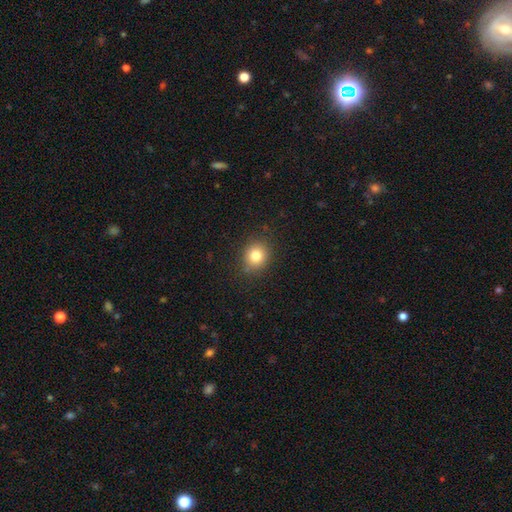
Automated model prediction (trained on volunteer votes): Overall: smooth (80%). How rounded: round (80%). Merging: none (86%).